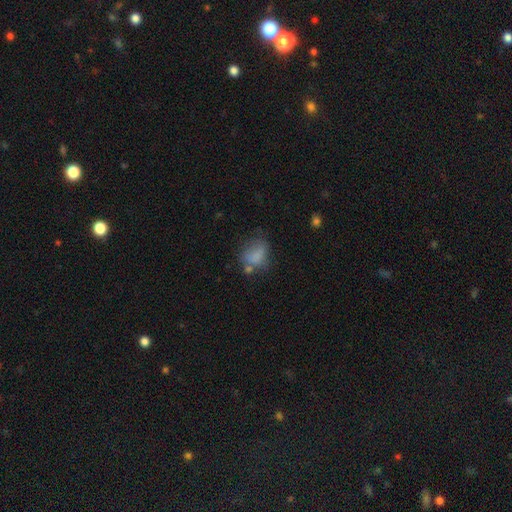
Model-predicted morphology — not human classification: This is likely a smooth galaxy (73%). How rounded: likely in between (68%). Merging: marginally none (39%).